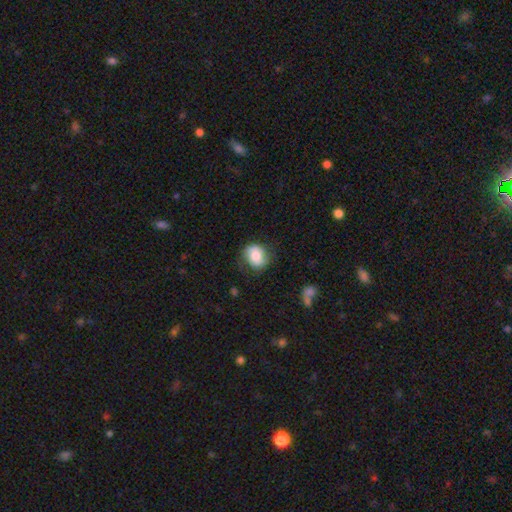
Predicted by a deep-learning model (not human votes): Smooth or featured? Predicted: smooth (p=0.70). How rounded? Predicted: round (p=0.68). Merging? Predicted: none (p=0.73).